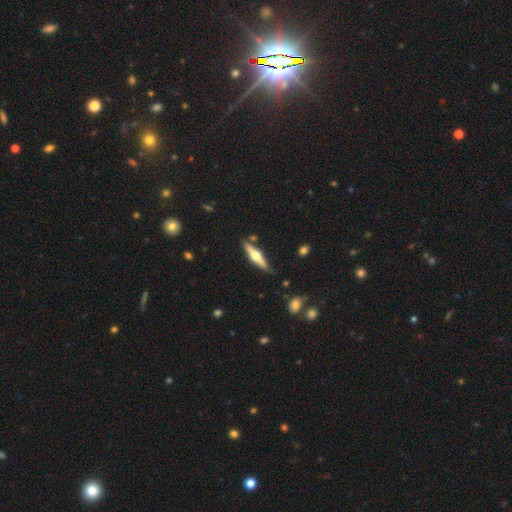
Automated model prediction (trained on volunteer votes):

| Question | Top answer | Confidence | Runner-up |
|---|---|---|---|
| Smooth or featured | featured or disk | 68% | smooth (27%) |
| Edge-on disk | yes | 96% | no (4%) |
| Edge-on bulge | rounded | 94% | boxy (4%) |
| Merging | none | 84% | minor disturbance (10%) |